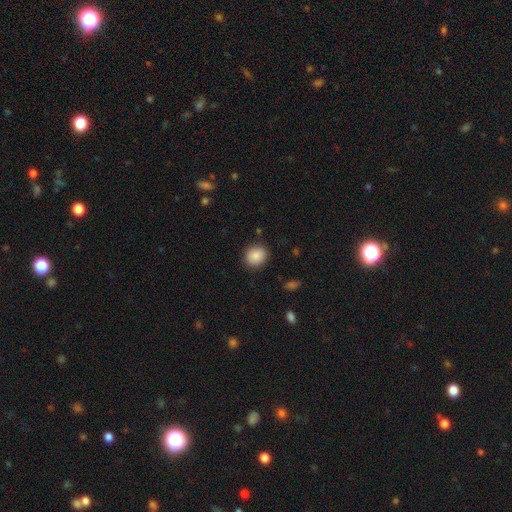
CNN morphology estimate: A smooth galaxy with no disk features (87%) that is round (75%).

Vote fractions:
- Smooth or featured? smooth: 87% / star or artifact: 8% / featured or disk: 5%
- How rounded? round: 75% / in between: 25% / cigar-shaped: 1%
- Merging? none: 88% / minor disturbance: 9% / major disturbance: 2% / merger: 1%